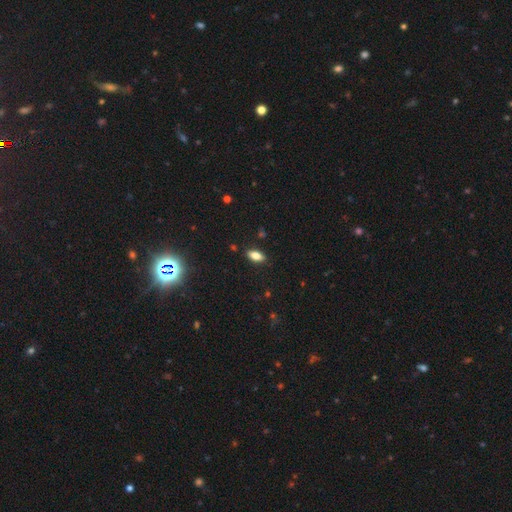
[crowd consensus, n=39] Morphology: type=smooth (90%); roundness=in between (86%); merging=none (81%).